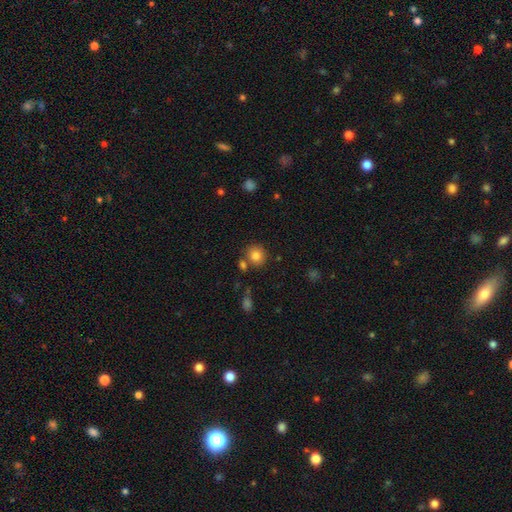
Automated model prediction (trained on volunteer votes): A smooth galaxy with no disk features (83%) that is round (85%). Merging: none (73%).